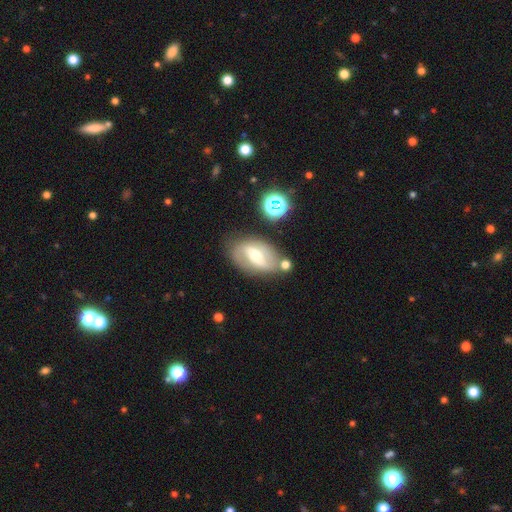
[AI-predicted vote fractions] featured or disk 67%, smooth 24%, star or artifact 9%. Down the decision tree: edge-on disk — no (93%); bar — weak (40%); spiral arms — yes (76%); bulge size — moderate (65%); merging — none (70%).